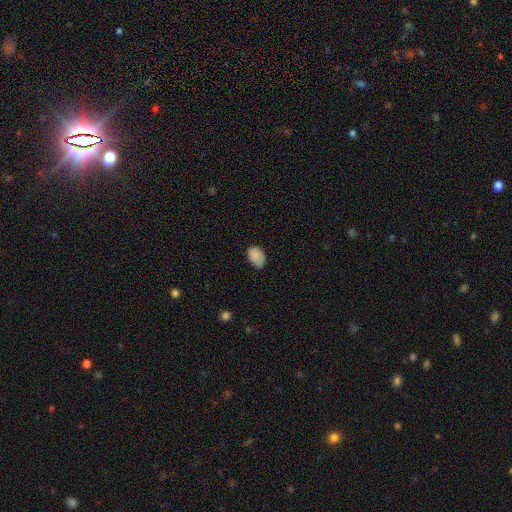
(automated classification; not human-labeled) Smooth or featured: smooth — 84% (featured or disk — 9%)
How rounded: in between — 88% (round — 11%)
Merging: none — 67% (minor disturbance — 26%)